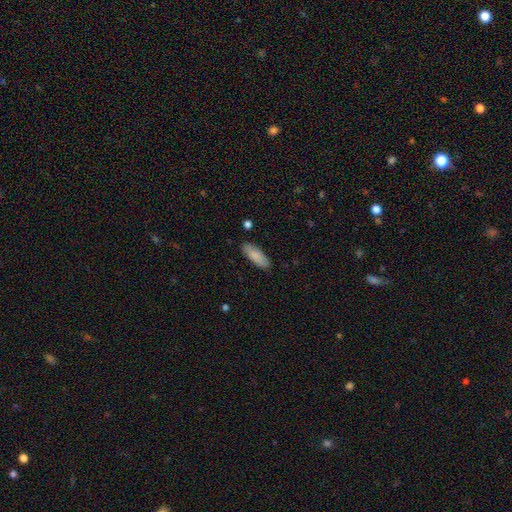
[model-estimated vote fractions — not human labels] A smooth galaxy with no disk features (86%) that is in between round and cigar-shaped (69%).

Vote fractions:
- Smooth or featured? smooth: 86% / featured or disk: 8% / star or artifact: 6%
- How rounded? in between: 69% / cigar-shaped: 29% / round: 2%
- Merging? none: 87% / minor disturbance: 10% / major disturbance: 2% / merger: 1%